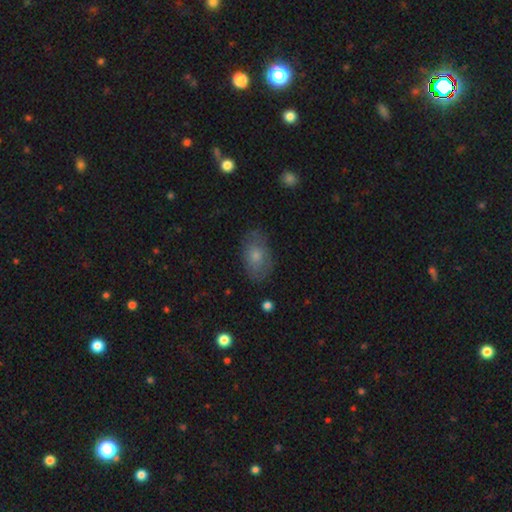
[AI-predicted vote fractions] Smooth or featured? Predicted: smooth (p=0.61). How rounded? Predicted: in between (p=0.88). Merging? Predicted: none (p=0.77).